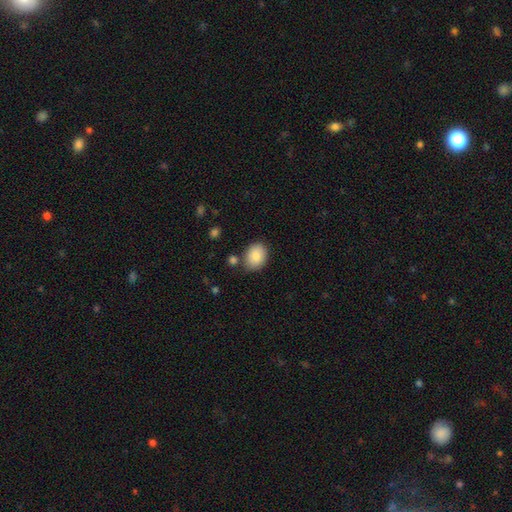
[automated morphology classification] Overall: smooth (87%). How rounded: in between (69%; round 30%). Merging: none (78%).